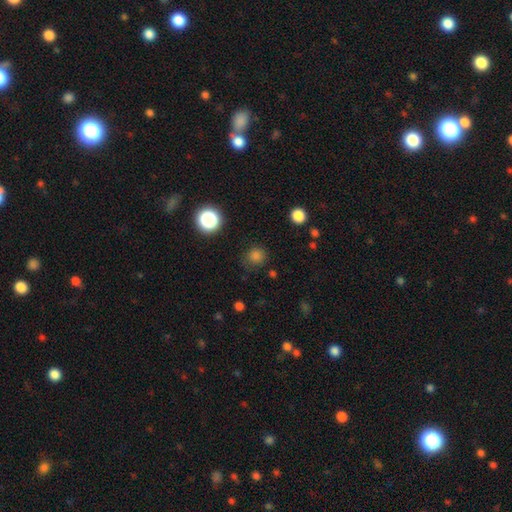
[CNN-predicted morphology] A smooth galaxy with no disk features (78%) that is round (89%). Merging: none (78%).